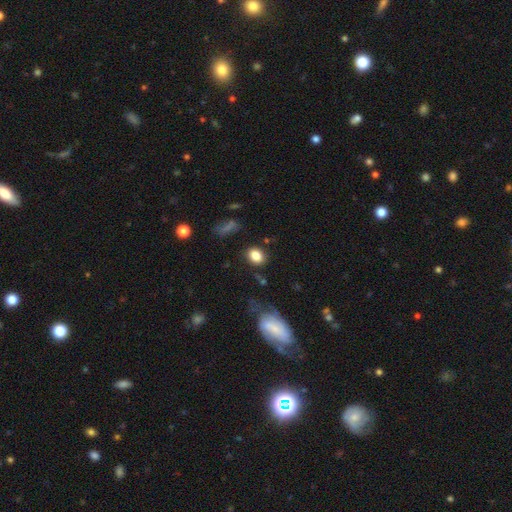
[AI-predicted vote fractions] smooth_or_featured: smooth (p=0.83) [alt: star or artifact p=0.09]
how_rounded: in between (p=0.50) [alt: round p=0.48]
merging: none (p=0.80) [alt: minor disturbance p=0.12]